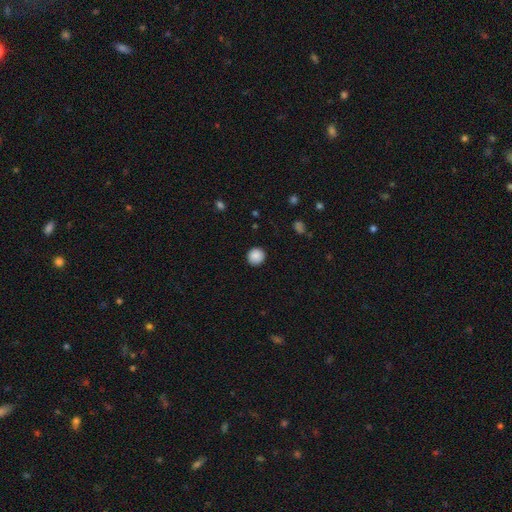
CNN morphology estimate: This appears to be a smooth galaxy with no disk features (88%) that is round (93%). Merging: none (91%).